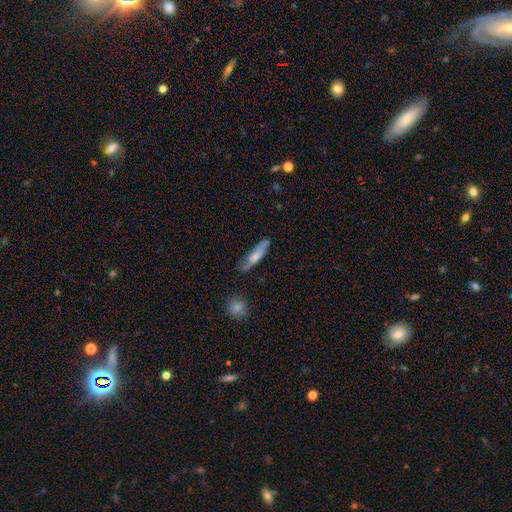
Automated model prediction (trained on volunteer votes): Morphology: type=smooth (68%); roundness=cigar-shaped (76%); merging=none (73%).